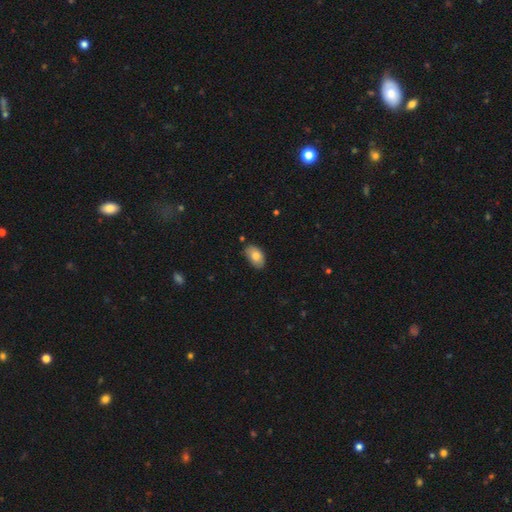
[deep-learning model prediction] A smooth galaxy with no disk features (80%) that is in between round and cigar-shaped (91%). Merging: none (71%).